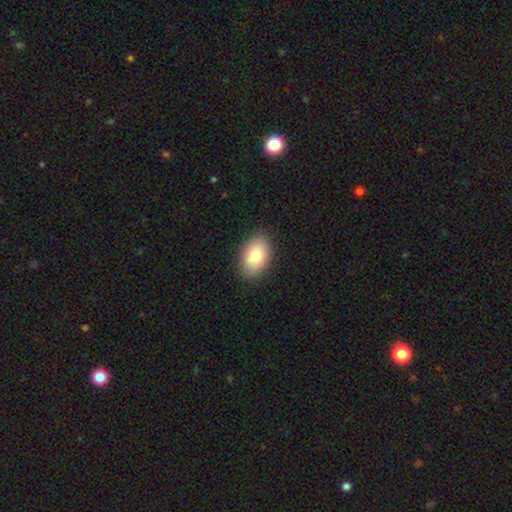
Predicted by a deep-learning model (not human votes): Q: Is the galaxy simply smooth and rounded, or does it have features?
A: smooth — 83%.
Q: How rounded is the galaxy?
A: in between — 89%.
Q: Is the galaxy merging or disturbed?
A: none — 88%.